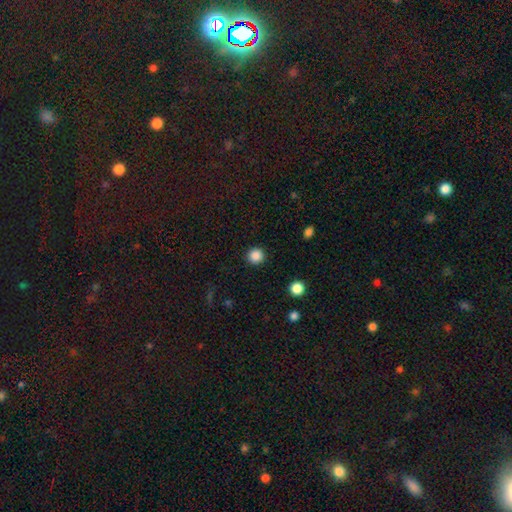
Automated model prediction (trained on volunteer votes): smooth_or_featured: smooth (p=0.87) [alt: star or artifact p=0.11]
how_rounded: round (p=0.95) [alt: in between p=0.04]
merging: none (p=0.92) [alt: minor disturbance p=0.05]